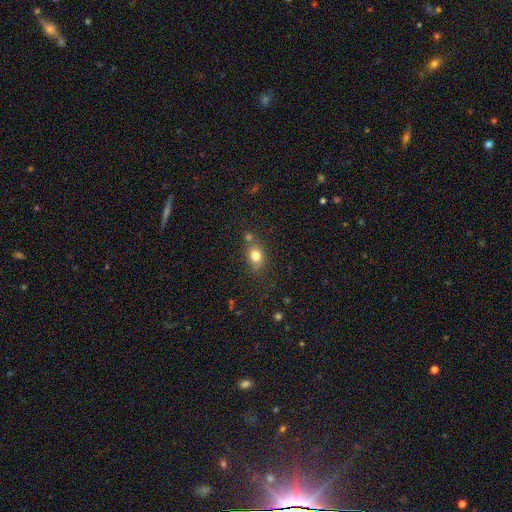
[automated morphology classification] smooth_or_featured: smooth (p=0.78) [alt: star or artifact p=0.12]
how_rounded: in between (p=0.49) [tied with: round p=0.49]
merging: none (p=0.62) [alt: minor disturbance p=0.17]